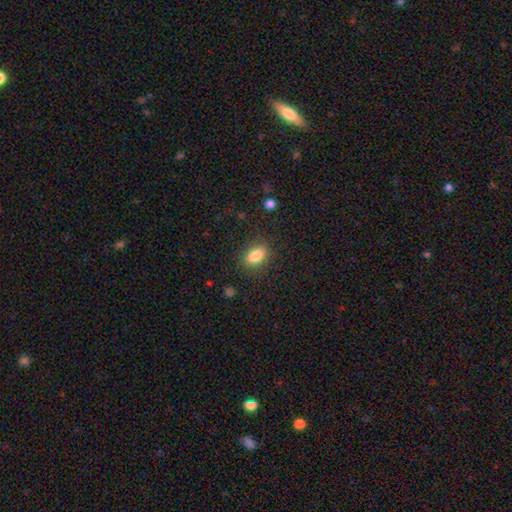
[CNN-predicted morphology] Smooth or featured? Predicted: smooth (p=0.84). How rounded? Predicted: in between (p=0.83). Merging? Predicted: none (p=0.85).